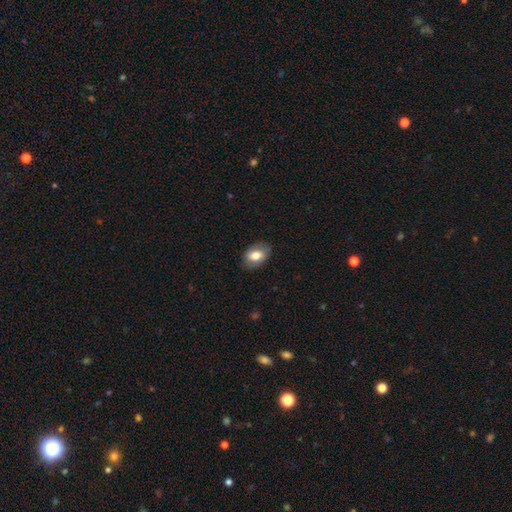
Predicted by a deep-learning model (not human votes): Smooth or featured: smooth — 75% (featured or disk — 18%)
How rounded: in between — 86% (round — 13%)
Merging: none — 83% (minor disturbance — 13%)